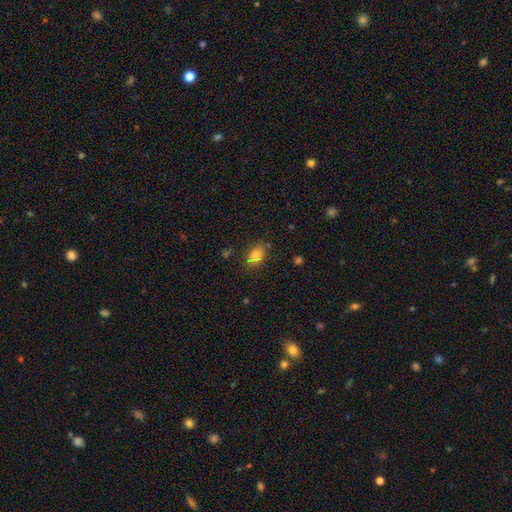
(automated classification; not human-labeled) smooth 74%, star or artifact 15%, featured or disk 11%. Down the decision tree: how rounded — in between (74%); merging — none (70%).